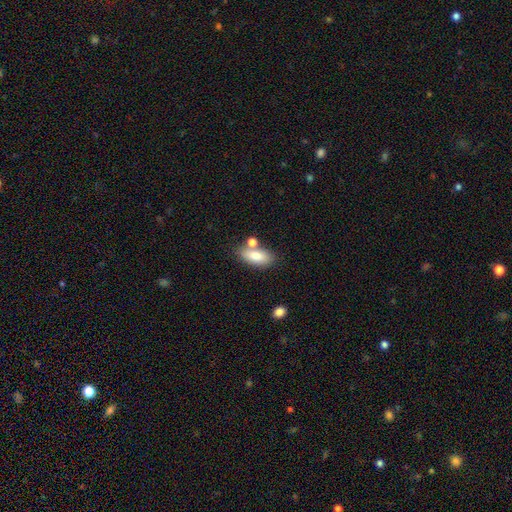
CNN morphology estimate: Smooth or featured? Predicted: smooth (p=0.81). How rounded? Predicted: in between (p=0.82). Merging? Predicted: none (p=0.64).